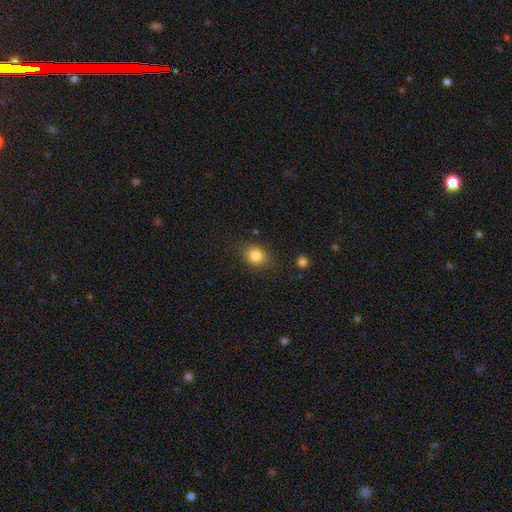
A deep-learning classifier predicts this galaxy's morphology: Q: Smooth or featured?
A: smooth (84%); runner-up: star or artifact (10%)
Q: How rounded?
A: round (61%); runner-up: in between (38%)
Q: Merging?
A: none (82%); runner-up: minor disturbance (12%)